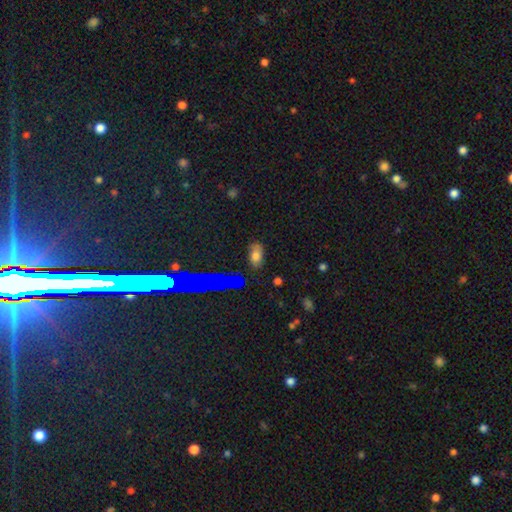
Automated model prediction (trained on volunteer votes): The model was most divided on "smooth or featured": smooth: 72%, star or artifact: 15%, featured or disk: 13%. More confident: how rounded — in between (89%); merging — none (79%).